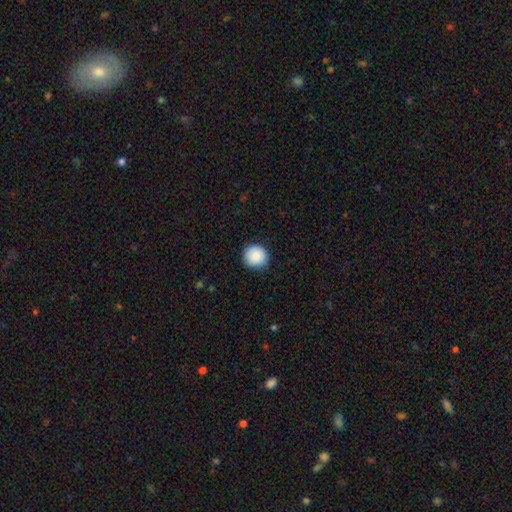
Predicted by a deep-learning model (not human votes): Smooth or featured? smooth (88%)
How rounded? round (93%)
Merging? none (89%)